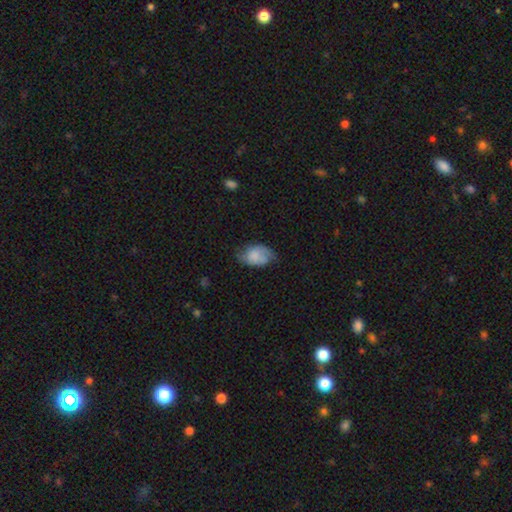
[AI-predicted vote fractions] smooth 63%, featured or disk 29%, star or artifact 8%. Down the decision tree: how rounded — in between (86%); merging — none (48%).